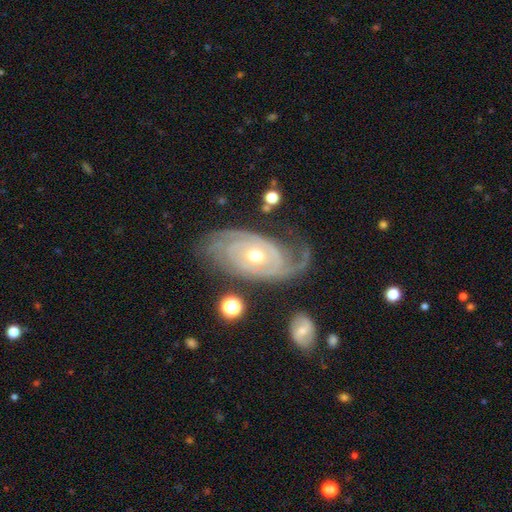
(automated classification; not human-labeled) featured or disk 89%, smooth 6%, star or artifact 5%. Down the decision tree: edge-on disk — no (96%); bar — no (76%); spiral arms — yes (97%); spiral arm count — 2 (51%); spiral winding — tight (66%); bulge size — moderate (59%); merging — none (68%).